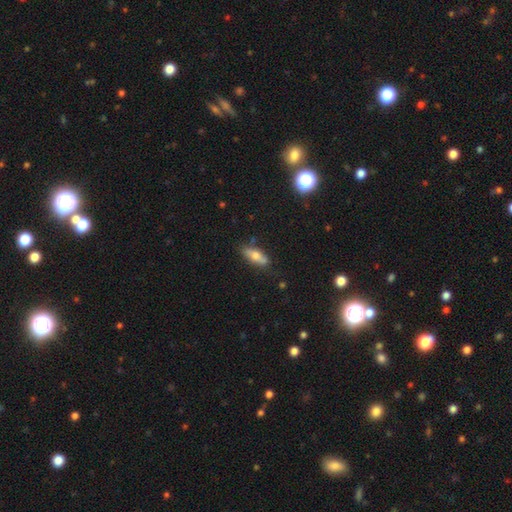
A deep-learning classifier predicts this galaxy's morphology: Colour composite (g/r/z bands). It shows a smooth galaxy with no disk features (65%) that is in between round and cigar-shaped (62%). Merging: none (74%).